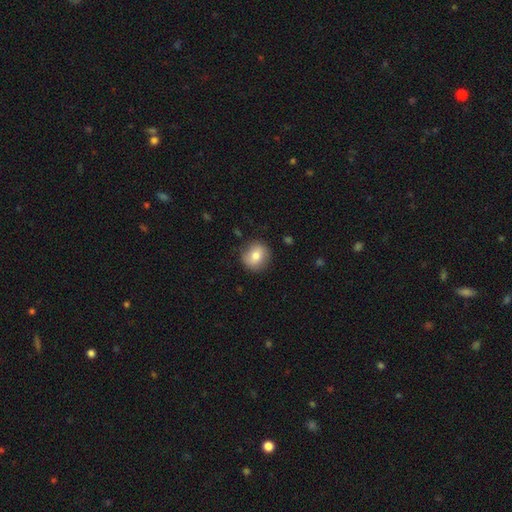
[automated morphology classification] Smooth or featured? smooth (76%)
How rounded? round (87%)
Merging? none (86%)